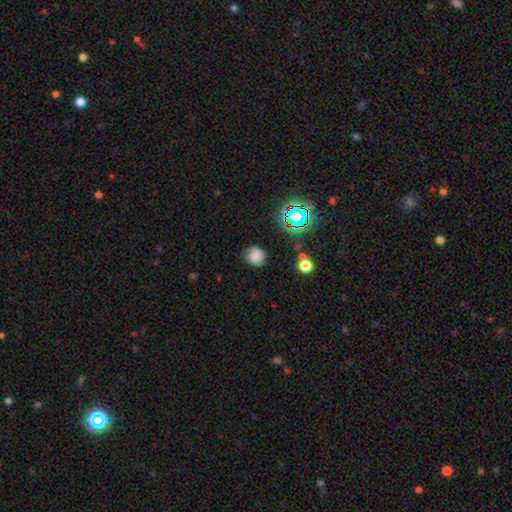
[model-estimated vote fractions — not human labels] Smooth or featured: smooth — 70% (star or artifact — 16%)
How rounded: round — 86% (in between — 13%)
Merging: none — 79% (minor disturbance — 15%)